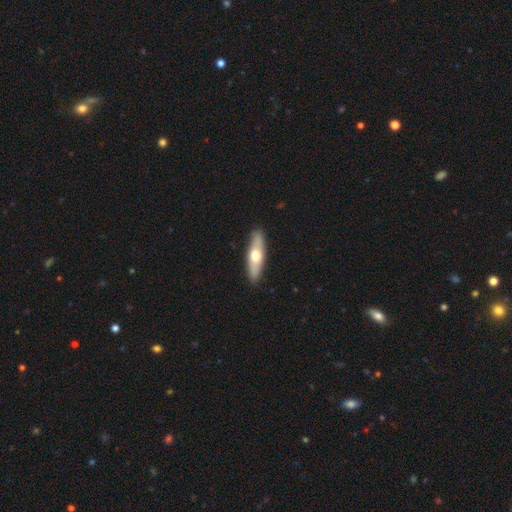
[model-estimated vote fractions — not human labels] The model was most divided on "smooth or featured": smooth: 52%, featured or disk: 43%, star or artifact: 5%. More confident: merging — none (89%); how rounded — cigar-shaped (57%).